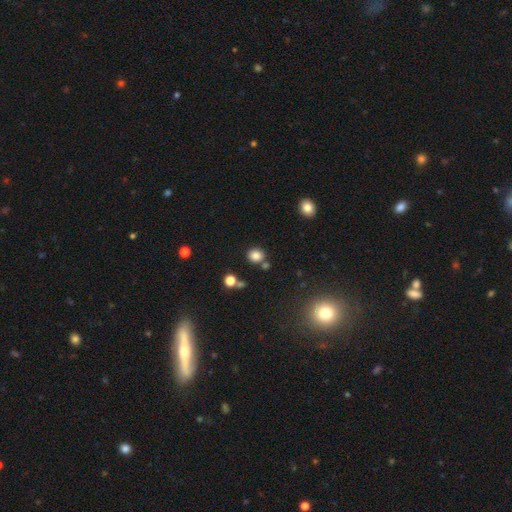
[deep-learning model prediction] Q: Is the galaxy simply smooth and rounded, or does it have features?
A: smooth — 82%.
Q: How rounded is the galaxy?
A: round — 78%.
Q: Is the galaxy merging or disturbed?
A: none — 76%.